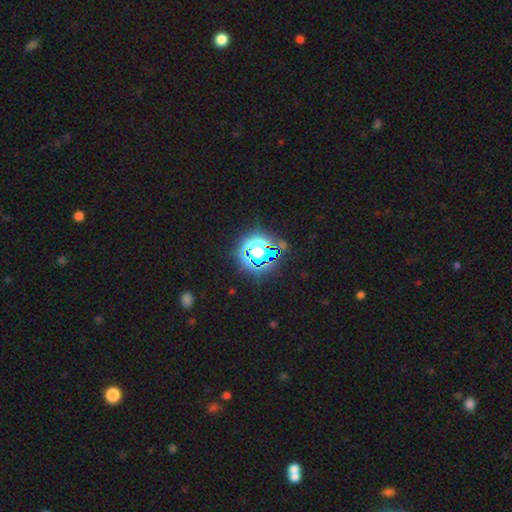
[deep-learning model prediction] Smooth or featured?
  - star or artifact: 69% *
  - smooth: 21%
  - featured or disk: 10%